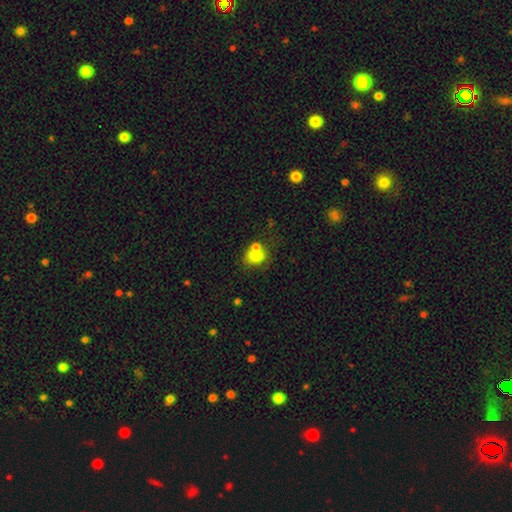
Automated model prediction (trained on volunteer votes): Smooth or featured? smooth (76%)
How rounded? round (51%)
Merging? none (41%)